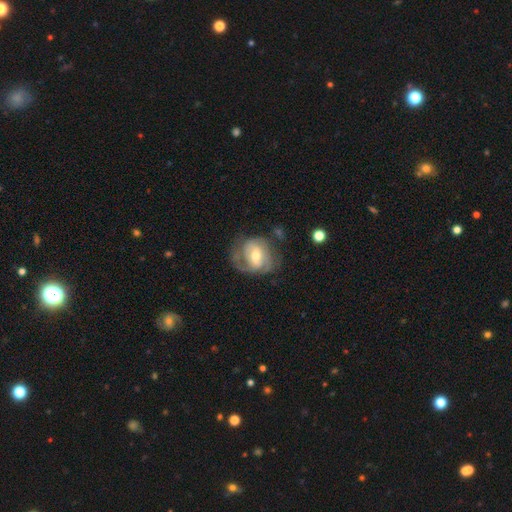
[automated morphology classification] A featured or disk galaxy (69%) with a weak bar (46%), 2 (48%) medium (41%) spiral arms (79%) and a moderate central bulge (62%).

Vote fractions:
- Smooth or featured? featured or disk: 69% / smooth: 24% / star or artifact: 7%
- Edge-on disk? no: 96% / yes: 4%
- Bar? weak: 46% / no: 32% / strong: 22%
- Spiral arms? yes: 79% / no: 21%
- Spiral winding? medium: 41% / tight: 38% / loose: 21%
- Spiral arm count? 2: 48% / can't tell: 25% / 1: 13% / 3: 10% / 4: 2% / more than 4: 2%
- Bulge size? moderate: 62% / small: 31% / large: 5% / none: 1% / dominant: 1%
- Merging? none: 48% / minor disturbance: 25% / major disturbance: 24% / merger: 3%